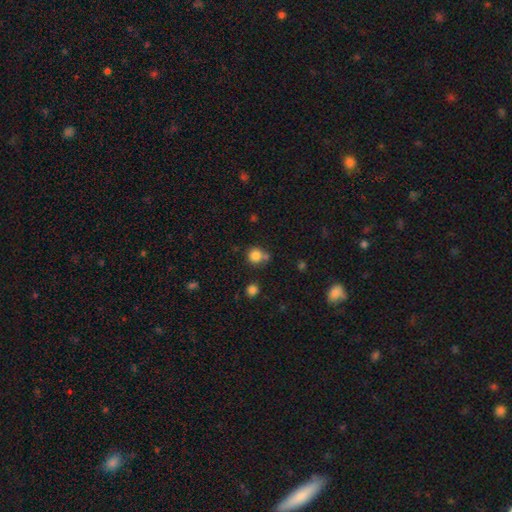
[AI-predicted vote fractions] Smooth or featured?
  - smooth: 82% *
  - star or artifact: 12%
  - featured or disk: 6%
How rounded?
  - round: 89% *
  - in between: 10%
  - cigar-shaped: 1%
Merging?
  - none: 63% *
  - merger: 20%
  - minor disturbance: 13%
  - major disturbance: 4%